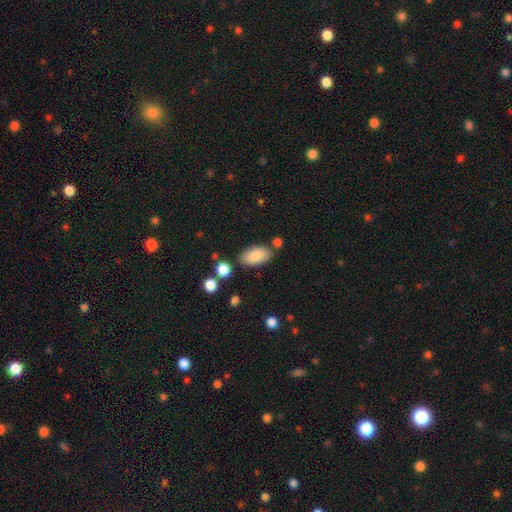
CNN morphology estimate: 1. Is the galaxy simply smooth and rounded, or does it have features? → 84% smooth, 9% featured or disk, 7% star or artifact.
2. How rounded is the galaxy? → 93% in between, 4% cigar-shaped, 3% round.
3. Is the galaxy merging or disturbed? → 78% none, 13% minor disturbance, 6% merger, 3% major disturbance.